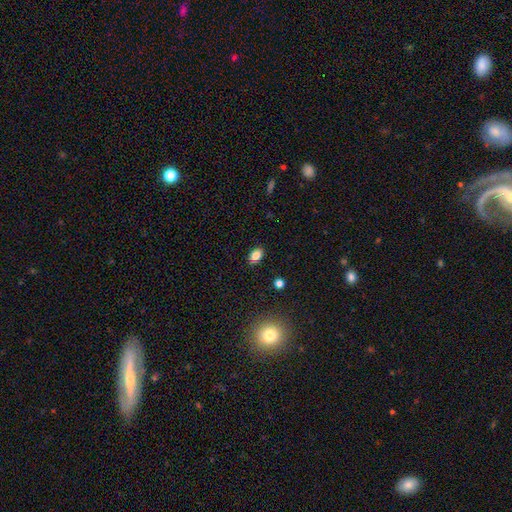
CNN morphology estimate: Smooth or featured: smooth — 84% (star or artifact — 10%)
How rounded: in between — 85% (round — 13%)
Merging: none — 87% (minor disturbance — 9%)